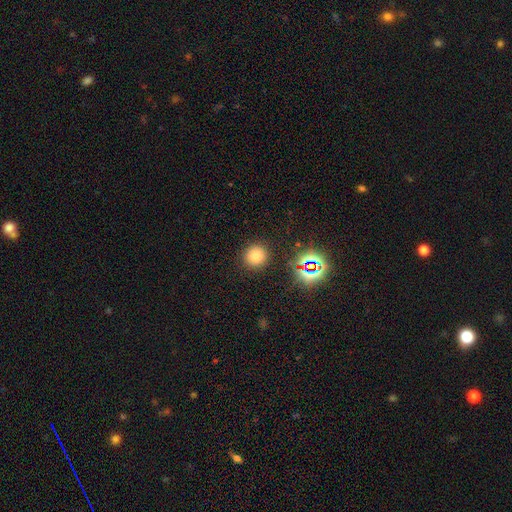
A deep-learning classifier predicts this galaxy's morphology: smooth-or-featured: smooth: 72% | star or artifact: 19% | featured or disk: 8%
  how-rounded: round: 93% | in between: 6% | cigar-shaped: 1%
  merging: none: 90% | minor disturbance: 6% | major disturbance: 2% | merger: 2%